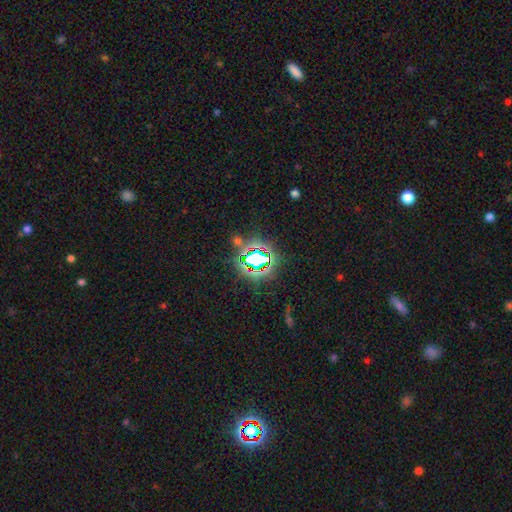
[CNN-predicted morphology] Smooth or featured? Predicted: star or artifact (p=0.80).